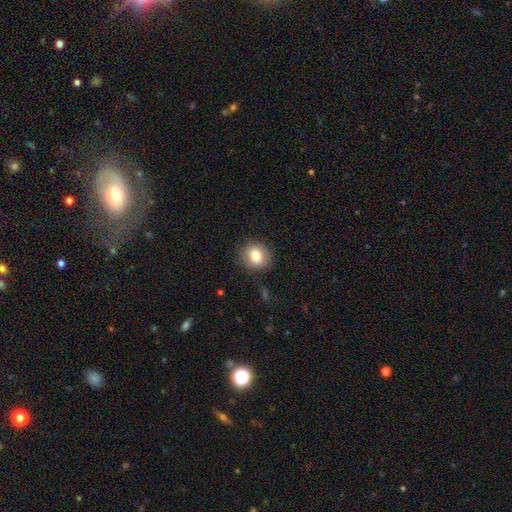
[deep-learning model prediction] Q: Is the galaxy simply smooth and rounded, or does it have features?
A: smooth — 80%.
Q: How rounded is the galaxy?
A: round — 74%.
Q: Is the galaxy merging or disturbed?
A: none — 85%.